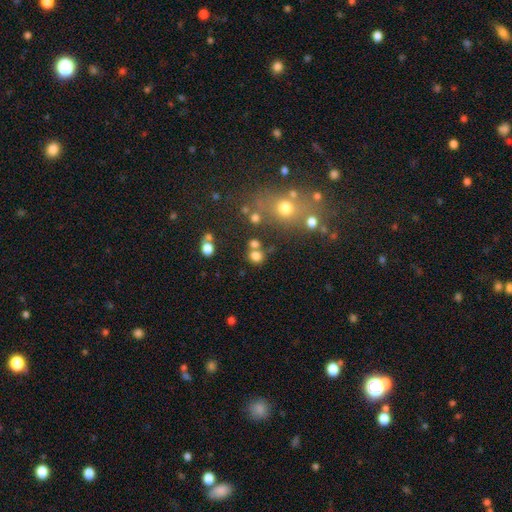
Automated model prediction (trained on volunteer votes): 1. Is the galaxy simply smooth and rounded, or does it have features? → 74% smooth, 17% star or artifact, 8% featured or disk.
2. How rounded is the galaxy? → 85% round, 14% in between, 1% cigar-shaped.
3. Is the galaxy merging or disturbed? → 67% none, 19% merger, 9% minor disturbance, 4% major disturbance.